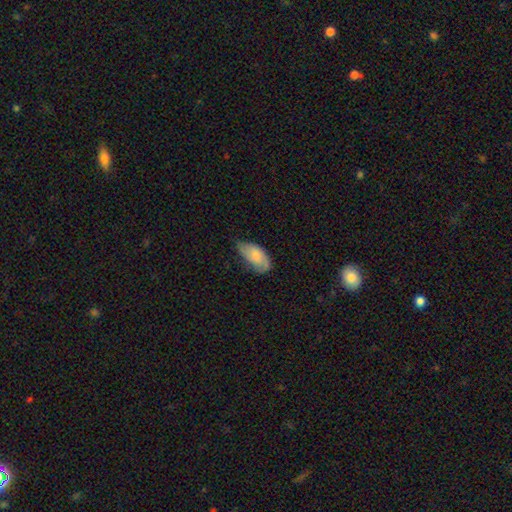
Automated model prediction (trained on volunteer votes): Overall: smooth (68%). How rounded: in between (93%). Merging: minor disturbance (43%, tied with none).